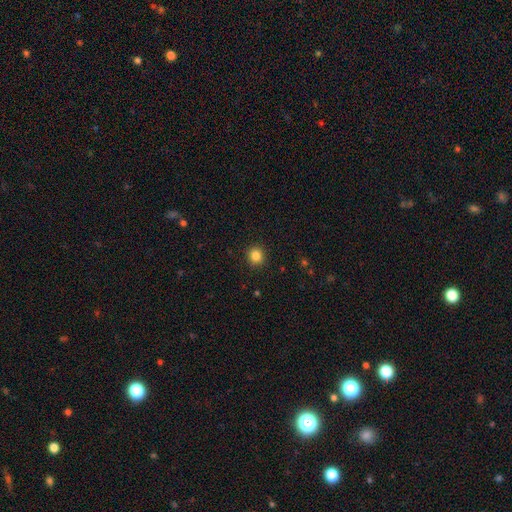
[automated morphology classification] Q: Smooth or featured?
A: smooth (84%); runner-up: star or artifact (11%)
Q: How rounded?
A: round (90%); runner-up: in between (9%)
Q: Merging?
A: none (92%); runner-up: minor disturbance (5%)